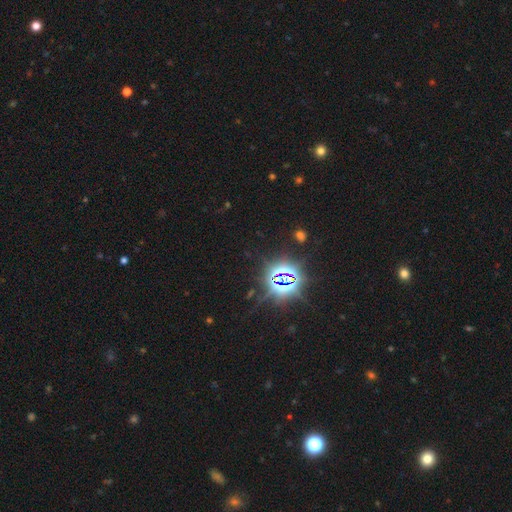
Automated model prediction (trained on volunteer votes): smooth-or-featured: star or artifact: 82% | smooth: 11% | featured or disk: 7%